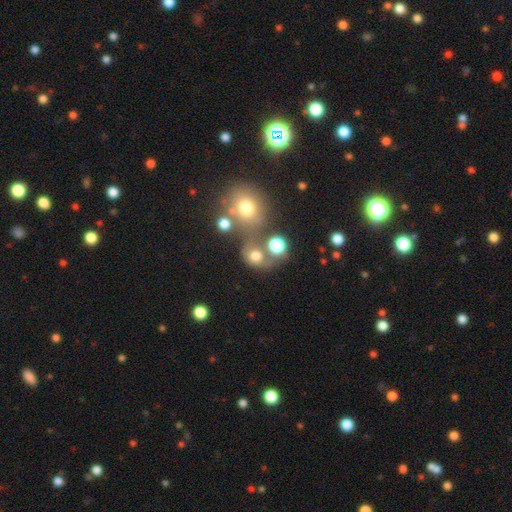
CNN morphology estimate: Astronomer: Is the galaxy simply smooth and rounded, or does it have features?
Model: smooth — 67%.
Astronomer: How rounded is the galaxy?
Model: round — 71%.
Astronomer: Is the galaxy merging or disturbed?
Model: merger — 37% (runner-up: none, 36%).